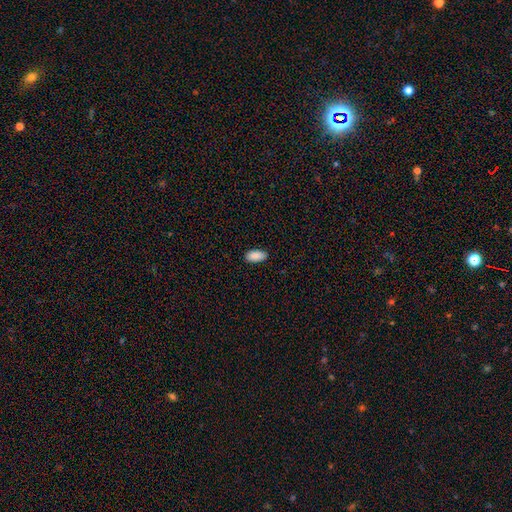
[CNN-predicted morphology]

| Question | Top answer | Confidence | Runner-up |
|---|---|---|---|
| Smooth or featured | smooth | 90% | star or artifact (7%) |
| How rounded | in between | 93% | cigar-shaped (4%) |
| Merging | none | 88% | minor disturbance (9%) |